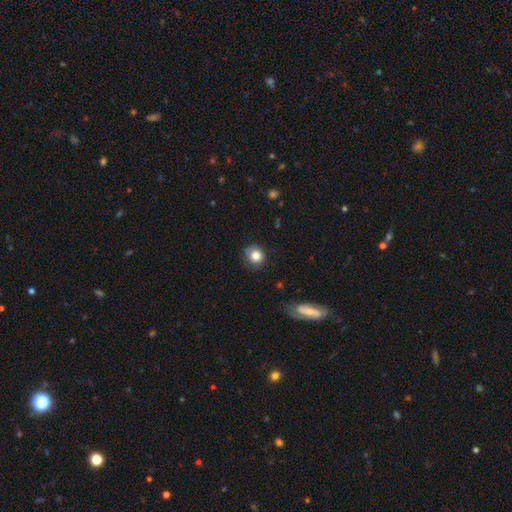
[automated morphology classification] smooth_or_featured: smooth (p=0.81) [alt: star or artifact p=0.10]
how_rounded: round (p=0.87) [alt: in between p=0.12]
merging: none (p=0.73) [alt: minor disturbance p=0.20]